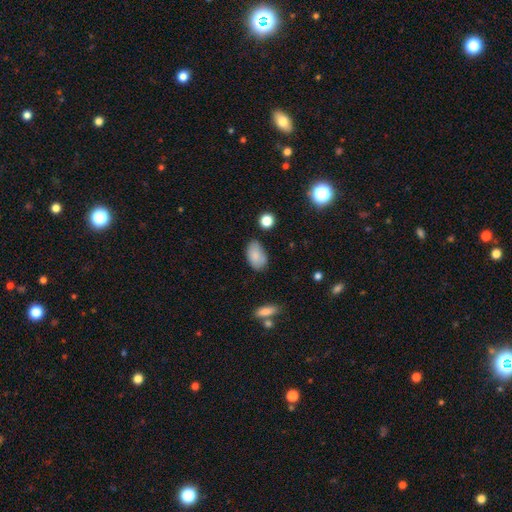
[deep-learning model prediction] Q: Smooth or featured?
A: smooth (83%); runner-up: featured or disk (9%)
Q: How rounded?
A: in between (91%); runner-up: round (7%)
Q: Merging?
A: none (66%); runner-up: minor disturbance (25%)